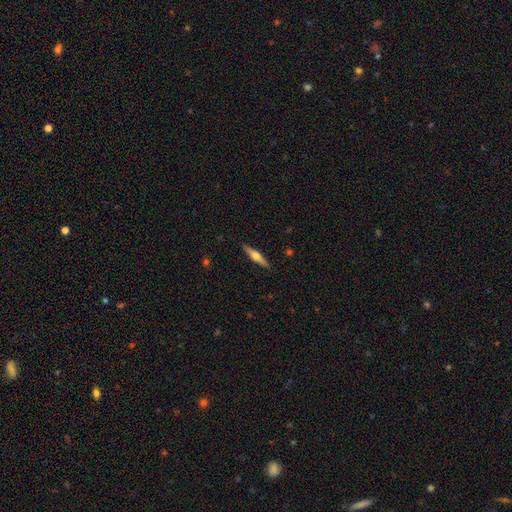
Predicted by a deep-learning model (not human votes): Smooth or featured? Predicted: featured or disk (p=0.63). Edge-on disk? Predicted: yes (p=0.97). Edge-on bulge? Predicted: rounded (p=0.93). Merging? Predicted: none (p=0.91).